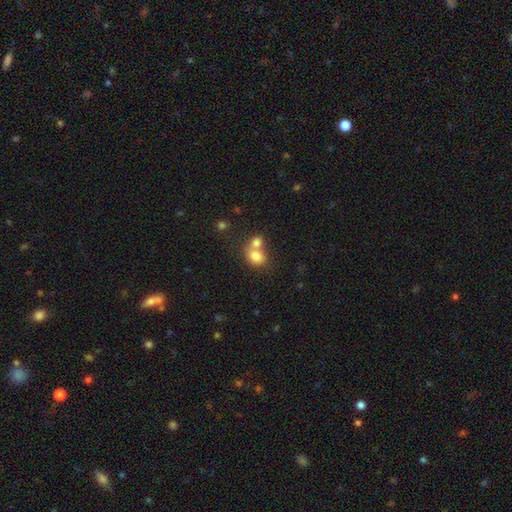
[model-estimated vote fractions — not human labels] Morphology: type=smooth (78%); roundness=in between (53%); merging=merger (60%).